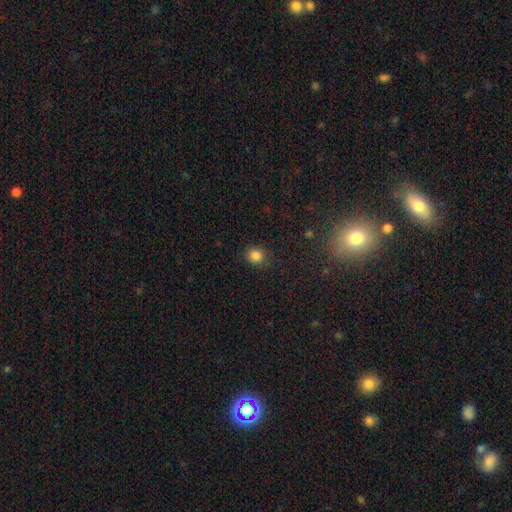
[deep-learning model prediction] The model was most divided on "how rounded": round: 83%, in between: 16%, cigar-shaped: 1%. More confident: merging — none (85%); smooth or featured — smooth (84%).